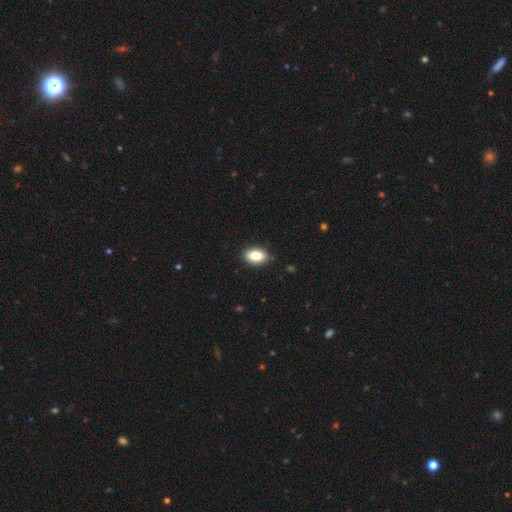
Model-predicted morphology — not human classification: Smooth or featured?
  - smooth: 84% *
  - featured or disk: 8%
  - star or artifact: 8%
How rounded?
  - in between: 87% *
  - round: 10%
  - cigar-shaped: 2%
Merging?
  - none: 88% *
  - minor disturbance: 9%
  - major disturbance: 2%
  - merger: 1%